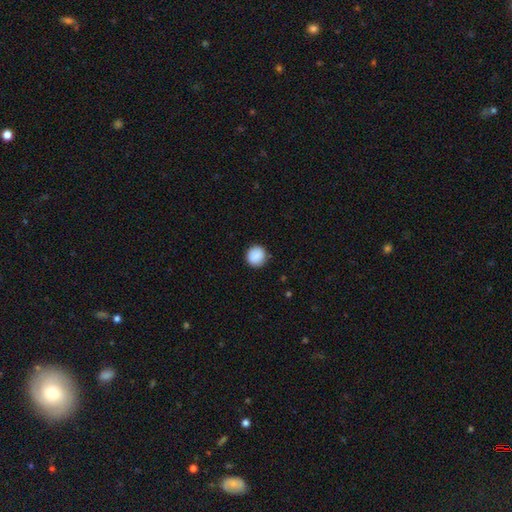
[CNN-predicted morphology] Q: Smooth or featured?
A: smooth (89%); runner-up: star or artifact (8%)
Q: How rounded?
A: round (92%); runner-up: in between (7%)
Q: Merging?
A: none (89%); runner-up: minor disturbance (8%)